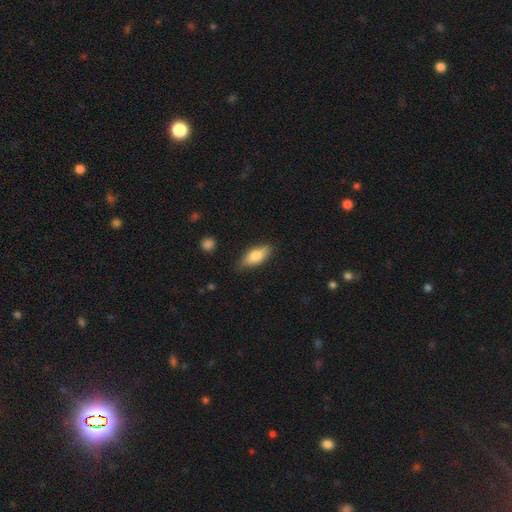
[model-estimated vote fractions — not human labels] A smooth galaxy with no disk features (77%) that is in between round and cigar-shaped (81%). Merging: none (82%).